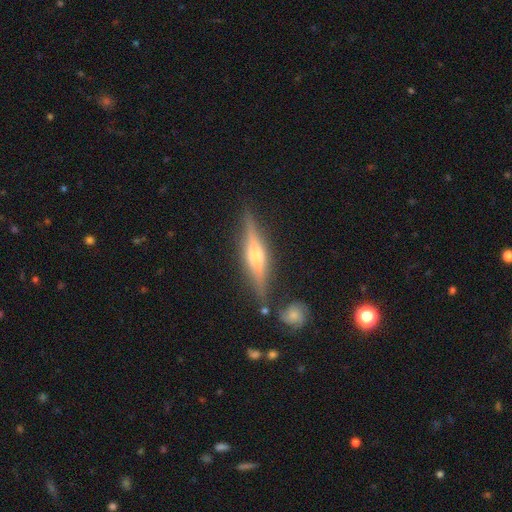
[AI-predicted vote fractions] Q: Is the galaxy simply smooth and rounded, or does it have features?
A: featured or disk — 73%.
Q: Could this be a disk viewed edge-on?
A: yes — 96%.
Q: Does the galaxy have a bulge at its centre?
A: rounded — 90%.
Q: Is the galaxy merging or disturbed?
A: none — 83%.